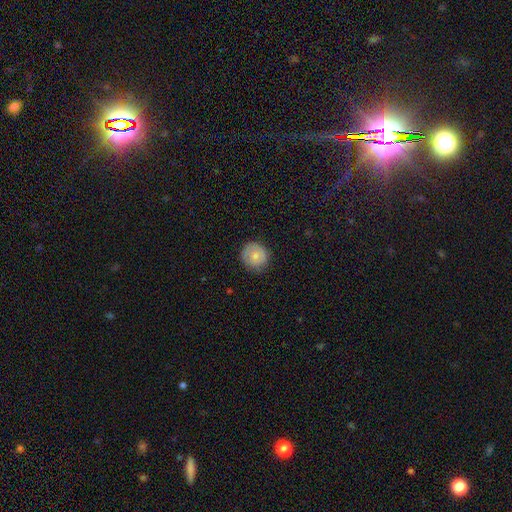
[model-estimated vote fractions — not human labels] Q: Smooth or featured?
A: smooth (74%); runner-up: featured or disk (18%)
Q: How rounded?
A: round (91%); runner-up: in between (8%)
Q: Merging?
A: none (83%); runner-up: minor disturbance (14%)